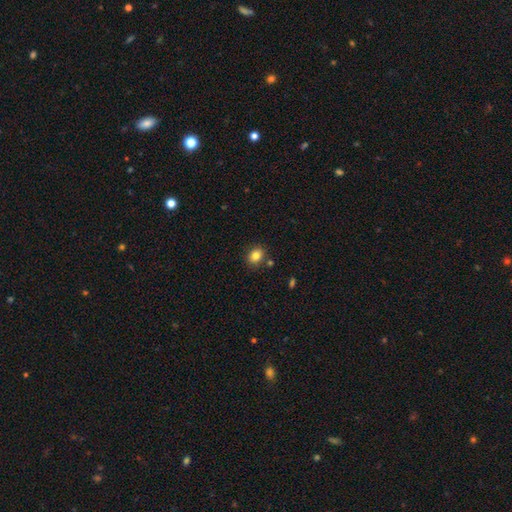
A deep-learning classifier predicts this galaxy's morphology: This appears to be a smooth galaxy with no disk features (83%) that is round (52%). Merging: none (83%).